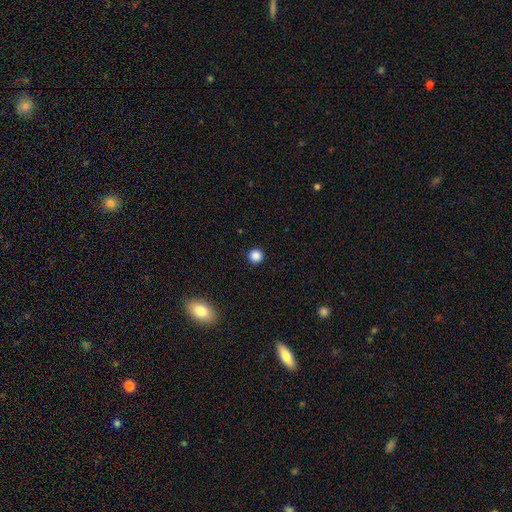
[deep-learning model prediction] smooth_or_featured: smooth (p=0.86) [alt: star or artifact p=0.11]
how_rounded: round (p=0.95) [alt: in between p=0.04]
merging: none (p=0.93) [alt: minor disturbance p=0.04]